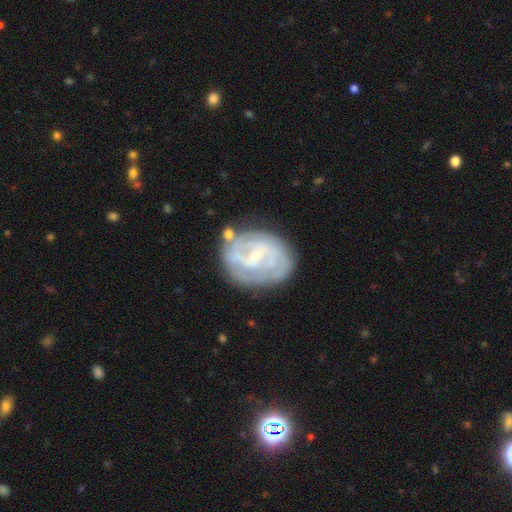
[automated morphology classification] A featured or disk galaxy (79%) with a weak bar (50%), 2 (41%) tight (57%) spiral arms (85%) and a small central bulge (69%). Merging: none (67%).